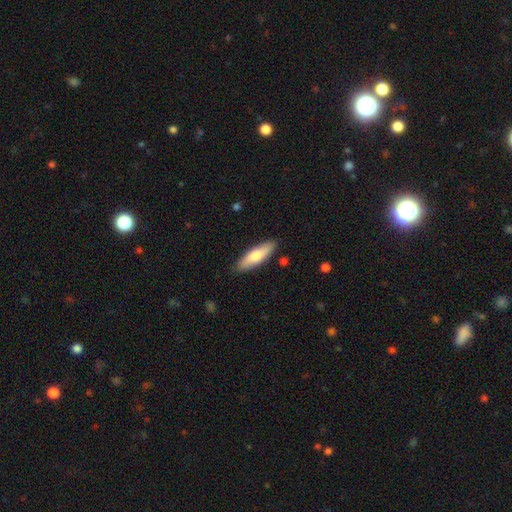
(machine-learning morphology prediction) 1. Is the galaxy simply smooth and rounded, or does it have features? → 73% smooth, 21% featured or disk, 5% star or artifact.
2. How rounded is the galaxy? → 51% cigar-shaped, 47% in between, 2% round.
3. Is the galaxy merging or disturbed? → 87% none, 10% minor disturbance, 2% major disturbance, 2% merger.